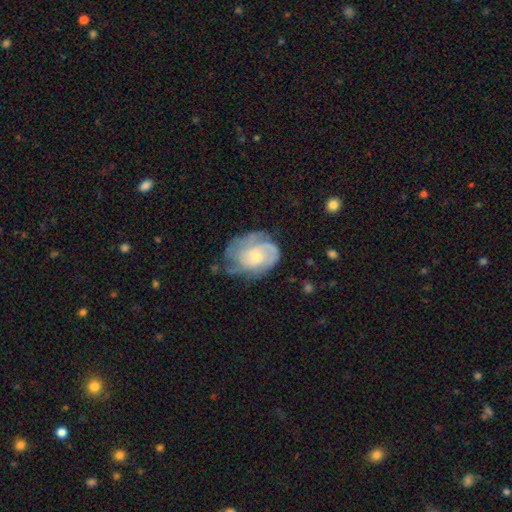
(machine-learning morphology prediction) smooth-or-featured: featured or disk: 74% | smooth: 20% | star or artifact: 6%
  disk-edge-on: no: 97% | yes: 3%
    bar: no: 67% | weak: 29% | strong: 4%
    has-spiral-arms: yes: 88% | no: 12%
      spiral-winding: tight: 44% | medium: 40% | loose: 17%
      spiral-arm-count: 2: 34% | can't tell: 33% | 3: 17% | 1: 8% | 4: 5% | more than 4: 4%
    bulge-size: small: 49% | moderate: 42% | none: 4% | large: 4% | dominant: 1%
  merging: none: 50% | minor disturbance: 29% | major disturbance: 18% | merger: 2%